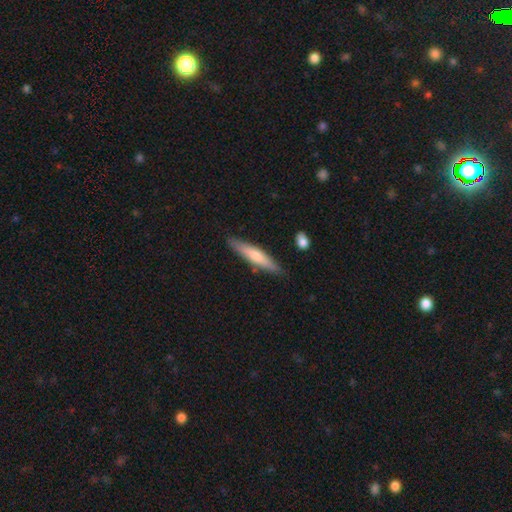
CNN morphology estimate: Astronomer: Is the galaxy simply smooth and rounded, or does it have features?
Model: smooth — 60%.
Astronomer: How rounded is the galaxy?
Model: cigar-shaped — 87%.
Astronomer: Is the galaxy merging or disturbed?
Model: none — 85%.